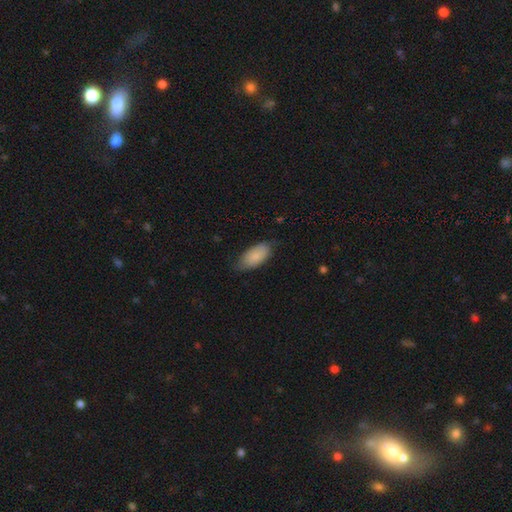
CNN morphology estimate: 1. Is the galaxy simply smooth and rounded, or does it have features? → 83% smooth, 11% featured or disk, 6% star or artifact.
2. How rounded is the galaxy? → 93% in between, 5% cigar-shaped, 2% round.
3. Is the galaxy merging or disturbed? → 70% none, 24% minor disturbance, 4% major disturbance, 1% merger.